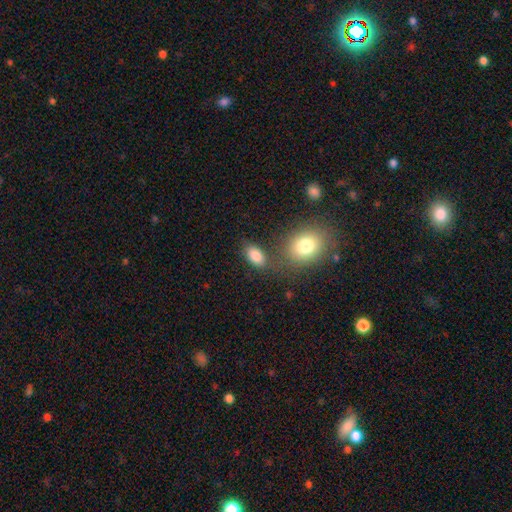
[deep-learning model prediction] smooth-or-featured: smooth: 84% | star or artifact: 10% | featured or disk: 6%
  how-rounded: in between: 88% | round: 10% | cigar-shaped: 2%
  merging: none: 64% | merger: 16% | minor disturbance: 15% | major disturbance: 6%